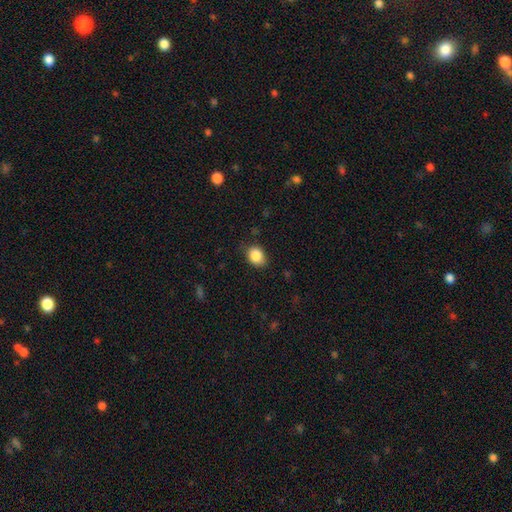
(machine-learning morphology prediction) This appears to be a smooth galaxy with no disk features (86%) that is in between round and cigar-shaped (56%). Merging: none (81%).